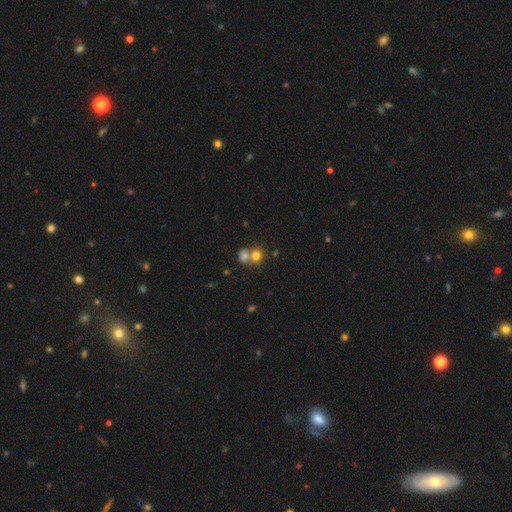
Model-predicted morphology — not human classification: Q: Smooth or featured?
A: smooth (75%); runner-up: star or artifact (13%)
Q: How rounded?
A: round (75%); runner-up: in between (24%)
Q: Merging?
A: merger (54%); runner-up: none (36%)